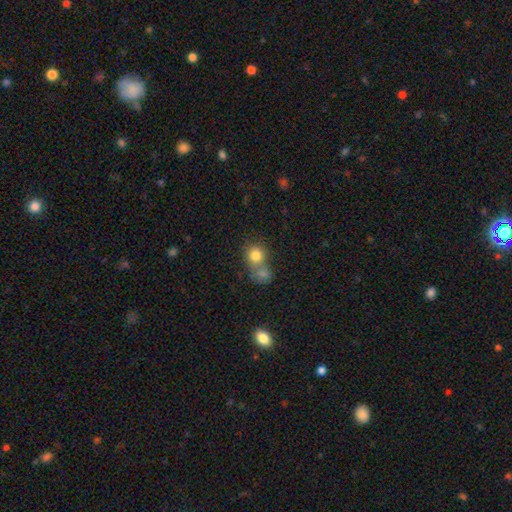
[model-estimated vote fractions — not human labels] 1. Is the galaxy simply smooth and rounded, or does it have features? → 80% smooth, 11% star or artifact, 9% featured or disk.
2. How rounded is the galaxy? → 78% round, 21% in between, 1% cigar-shaped.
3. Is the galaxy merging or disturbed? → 47% merger, 40% none, 9% minor disturbance, 4% major disturbance.